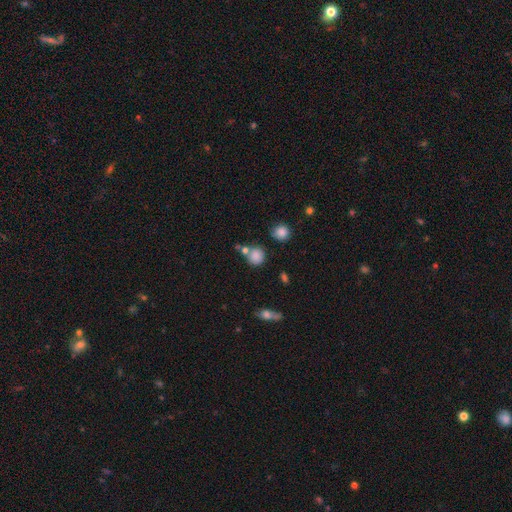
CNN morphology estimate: type=smooth (82%); roundness=round (85%); merging=none (61%).